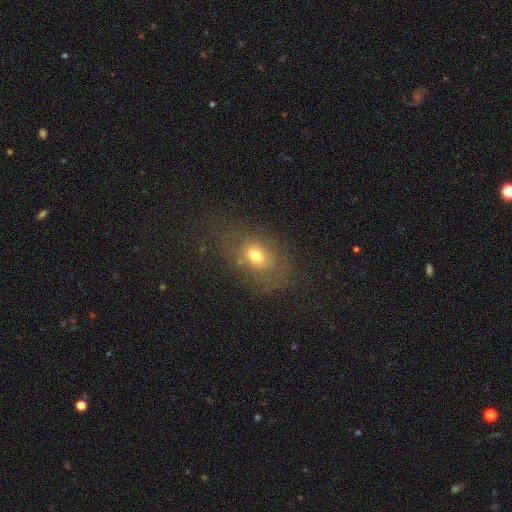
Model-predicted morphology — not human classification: Smooth or featured? smooth (69%)
How rounded? in between (61%)
Merging? none (68%)